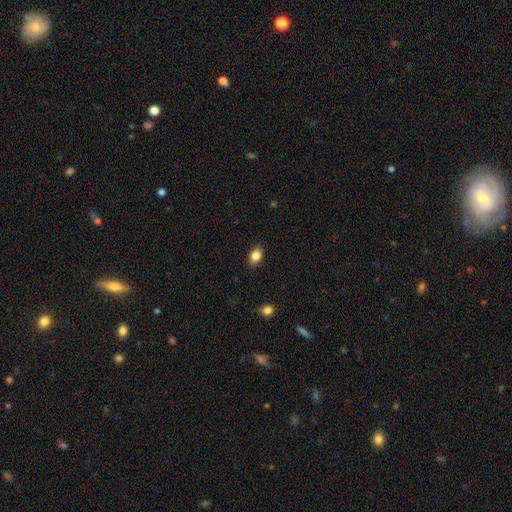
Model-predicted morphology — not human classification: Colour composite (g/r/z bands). It shows a smooth galaxy with no disk features (85%) that is in between round and cigar-shaped (80%). Merging: none (87%).